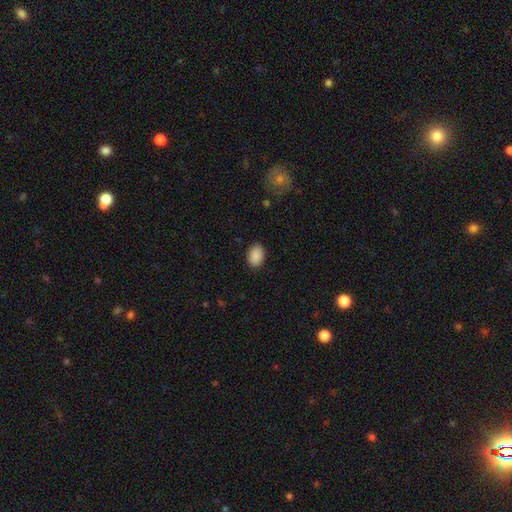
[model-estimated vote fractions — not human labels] Morphology: type=smooth (90%); roundness=in between (82%); merging=none (87%).